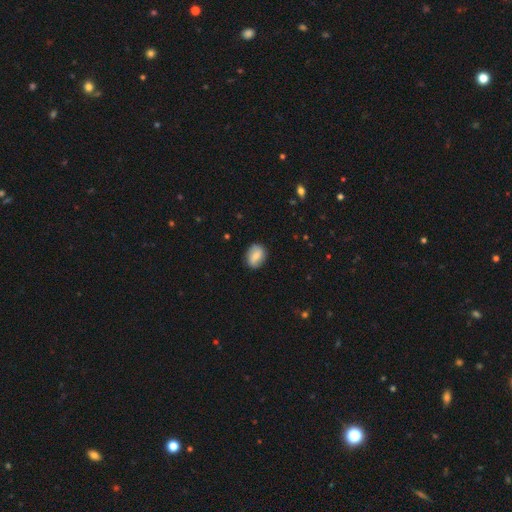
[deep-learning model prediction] smooth-or-featured: smooth: 72% | featured or disk: 21% | star or artifact: 7%
  how-rounded: in between: 66% | round: 32% | cigar-shaped: 2%
  merging: none: 86% | minor disturbance: 11% | major disturbance: 3% | merger: 1%